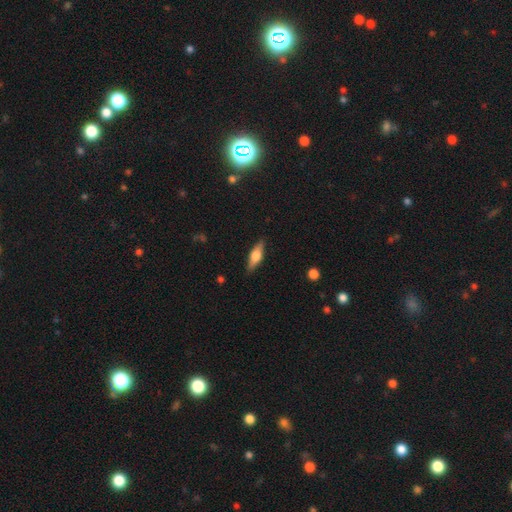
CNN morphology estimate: featured or disk 50%, smooth 44%, star or artifact 6%. Down the decision tree: merging — none (87%).